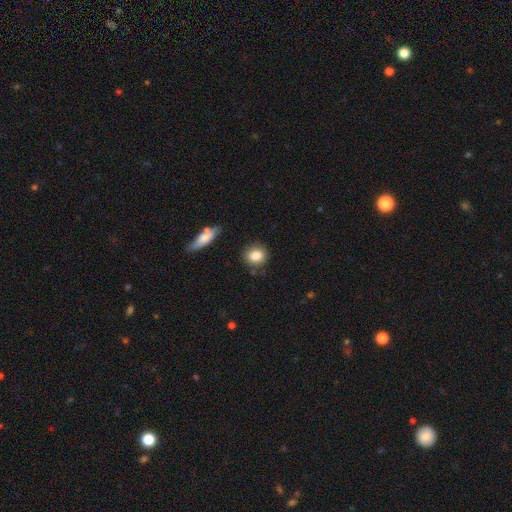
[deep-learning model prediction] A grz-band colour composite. It shows a smooth galaxy with no disk features (85%) that is round (65%). Merging: none (81%).